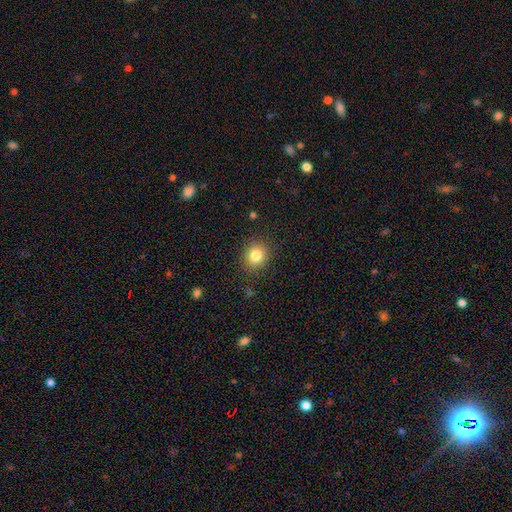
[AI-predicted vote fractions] smooth_or_featured: smooth (p=0.82) [alt: star or artifact p=0.11]
how_rounded: round (p=0.83) [alt: in between p=0.16]
merging: none (p=0.88) [alt: minor disturbance p=0.08]